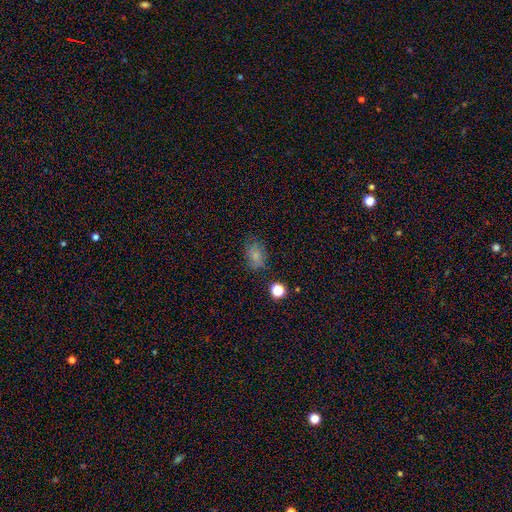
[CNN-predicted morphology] A smooth galaxy with no disk features (76%) that is in between round and cigar-shaped (73%). Merging: none (72%).